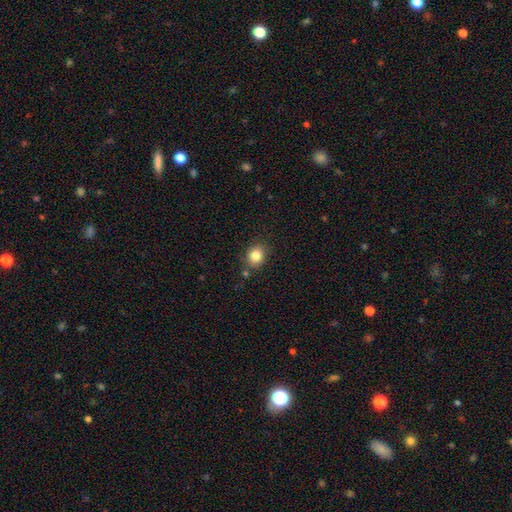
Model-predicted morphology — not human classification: smooth_or_featured: smooth (p=0.83) [alt: star or artifact p=0.11]
how_rounded: round (p=0.68) [alt: in between p=0.31]
merging: none (p=0.81) [alt: minor disturbance p=0.11]